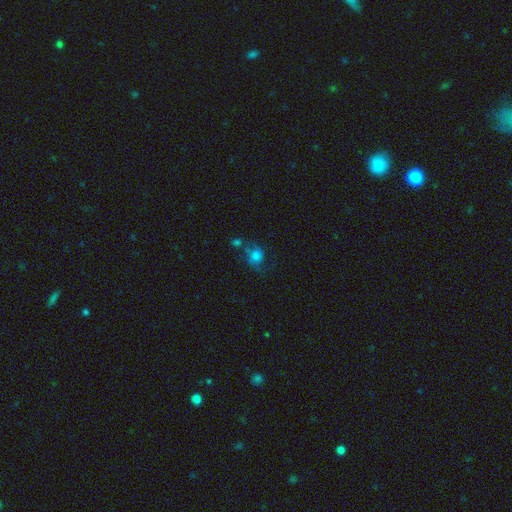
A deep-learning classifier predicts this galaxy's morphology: Overall: smooth (62%; featured or disk 26%). How rounded: round (69%; in between 30%). Merging: none (39%; minor disturbance 23%).